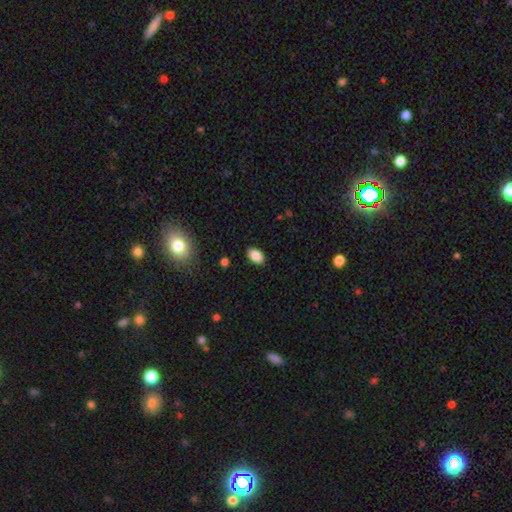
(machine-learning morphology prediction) Q: Smooth or featured?
A: smooth (86%); runner-up: star or artifact (8%)
Q: How rounded?
A: in between (91%); runner-up: round (7%)
Q: Merging?
A: none (88%); runner-up: minor disturbance (9%)